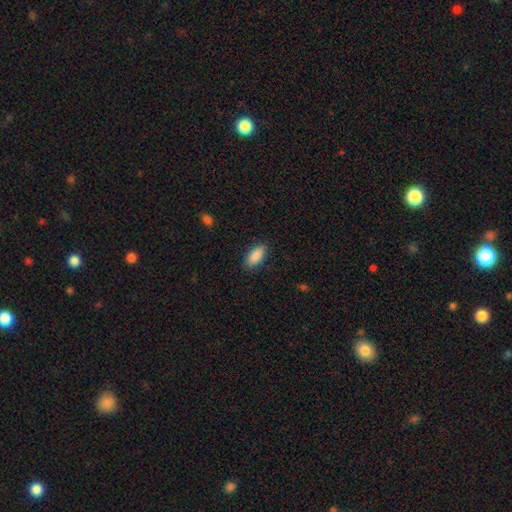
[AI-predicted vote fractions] The model was most divided on "merging": none: 87%, minor disturbance: 10%, major disturbance: 2%, merger: 1%. More confident: smooth or featured — smooth (90%); how rounded — in between (88%).